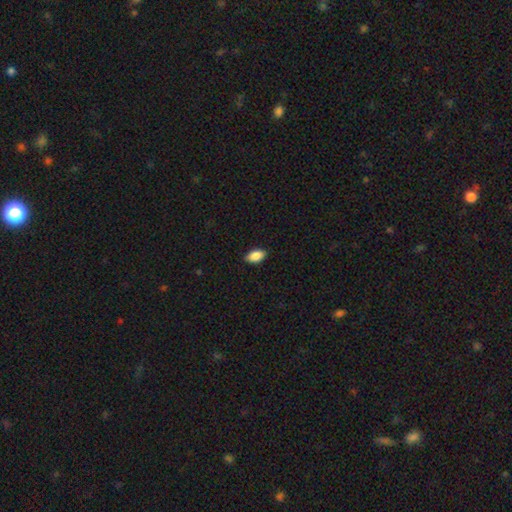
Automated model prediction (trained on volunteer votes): This appears to be a smooth galaxy with no disk features (88%) that is in between round and cigar-shaped (93%). Merging: none (88%).